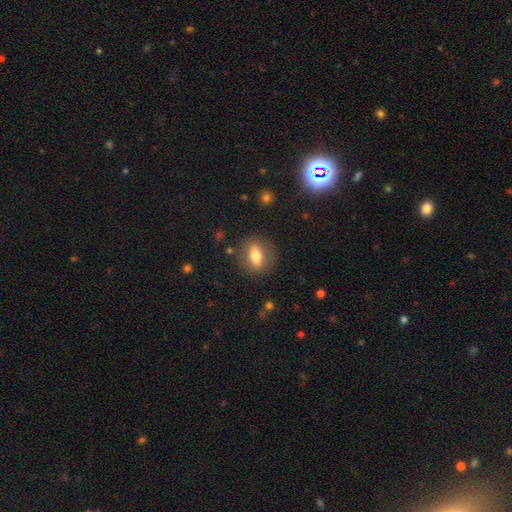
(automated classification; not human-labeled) Smooth or featured? smooth (61%)
How rounded? in between (58%)
Merging? none (84%)